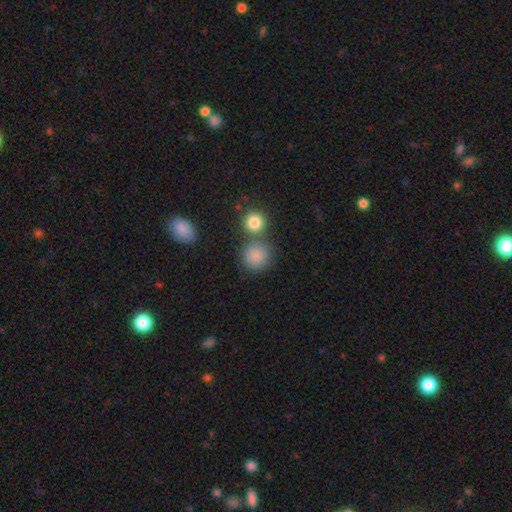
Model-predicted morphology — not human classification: Smooth or featured?
  - smooth: 85% *
  - star or artifact: 11%
  - featured or disk: 5%
How rounded?
  - round: 90% *
  - in between: 9%
  - cigar-shaped: 1%
Merging?
  - none: 67% *
  - merger: 19%
  - minor disturbance: 10%
  - major disturbance: 4%